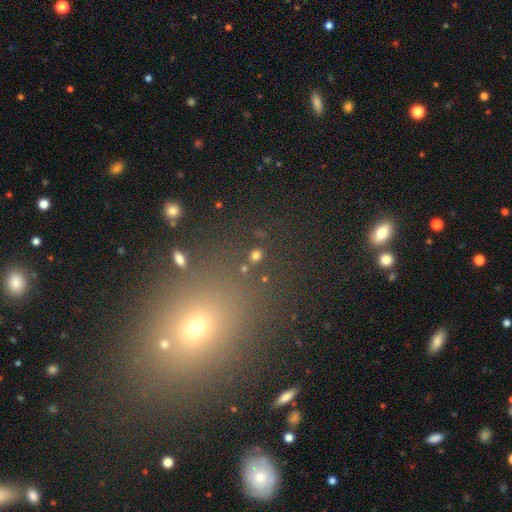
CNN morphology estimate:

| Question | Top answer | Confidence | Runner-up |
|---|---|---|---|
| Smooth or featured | smooth | 74% | star or artifact (19%) |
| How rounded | in between | 50% | round (48%) |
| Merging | none | 80% | minor disturbance (9%) |